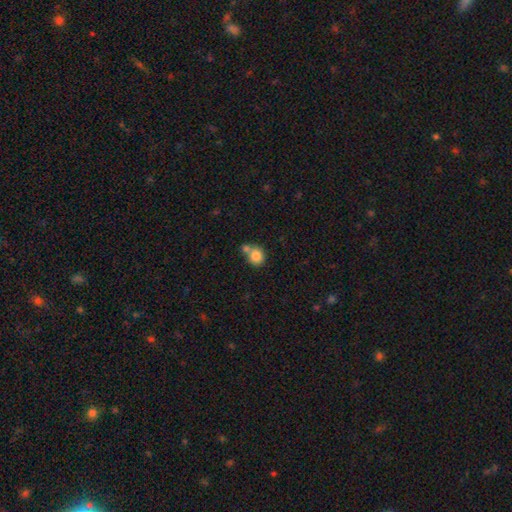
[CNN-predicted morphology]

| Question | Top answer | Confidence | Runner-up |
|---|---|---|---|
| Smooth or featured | smooth | 83% | star or artifact (9%) |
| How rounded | round | 82% | in between (17%) |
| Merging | none | 49% | merger (38%) |